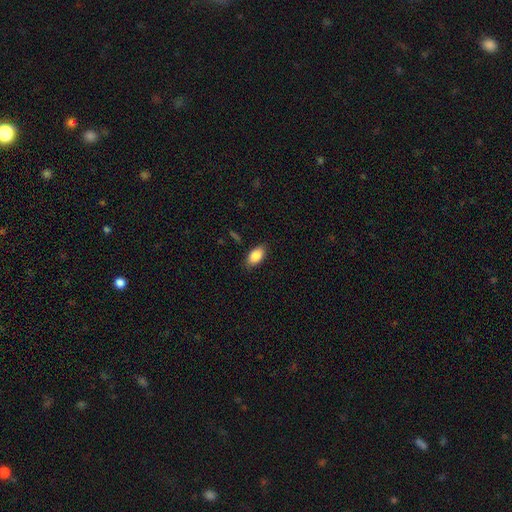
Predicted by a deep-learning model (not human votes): A smooth galaxy with no disk features (87%) that is in between round and cigar-shaped (92%). Merging: none (82%).